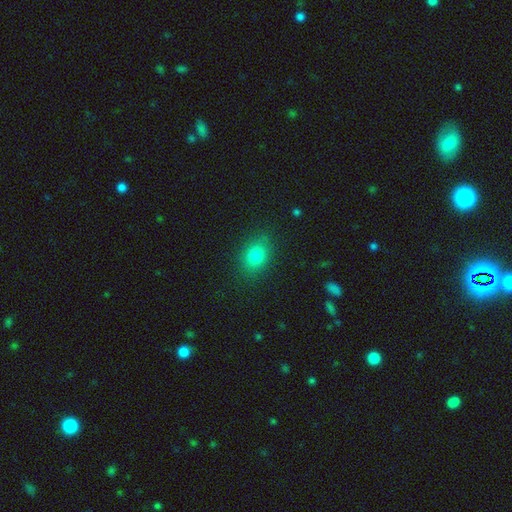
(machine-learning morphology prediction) This appears to be a smooth galaxy with no disk features (80%) that is in between round and cigar-shaped (63%). Merging: none (84%).